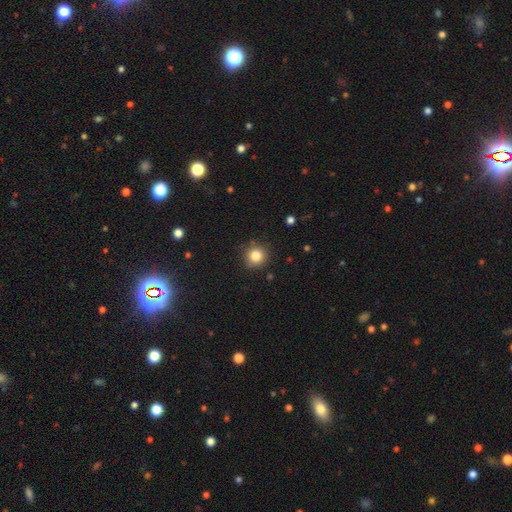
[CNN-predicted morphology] smooth 83%, star or artifact 11%, featured or disk 6%. Down the decision tree: how rounded — round (92%); merging — none (86%).